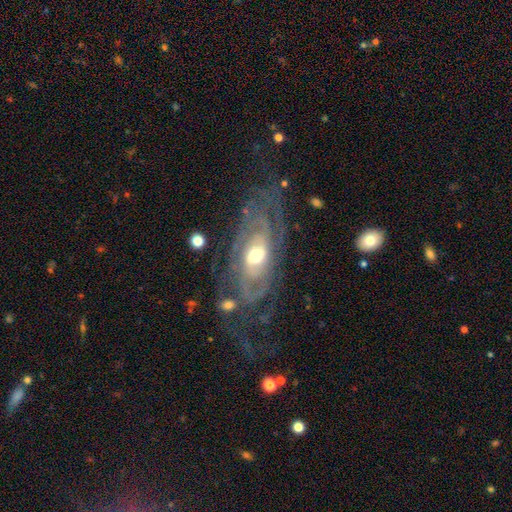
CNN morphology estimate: featured or disk 86%, smooth 9%, star or artifact 5%. Down the decision tree: edge-on disk — no (91%); bar — no (43%); spiral arms — yes (90%); spiral arm count — can't tell (40%); spiral winding — tight (58%); bulge size — moderate (67%); merging — none (66%).